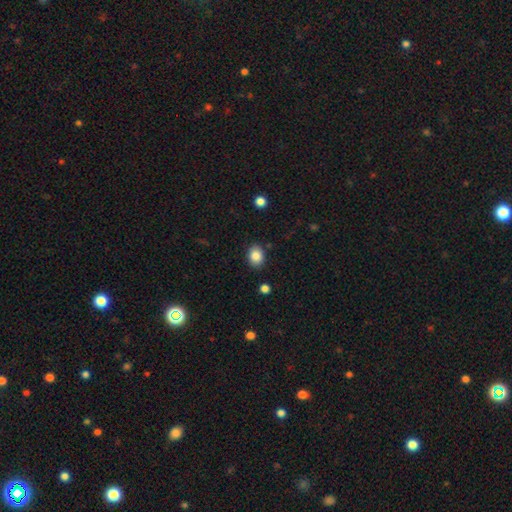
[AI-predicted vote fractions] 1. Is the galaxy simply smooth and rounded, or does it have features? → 86% smooth, 9% star or artifact, 5% featured or disk.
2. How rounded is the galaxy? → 56% in between, 44% round, 1% cigar-shaped.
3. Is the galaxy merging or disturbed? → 86% none, 10% minor disturbance, 2% major disturbance, 2% merger.